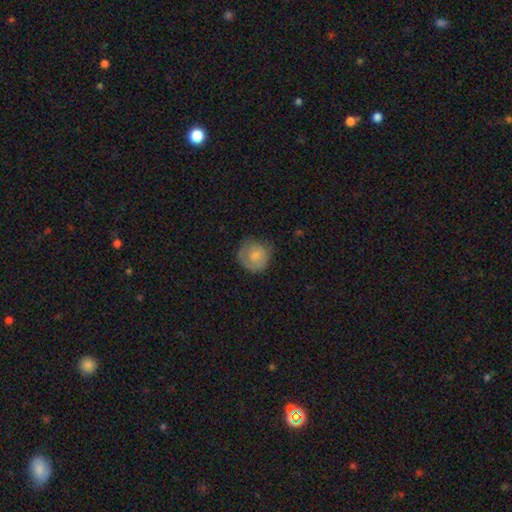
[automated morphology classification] This is likely a smooth galaxy (69%). How rounded: clearly round (87%). Merging: likely none (64%).